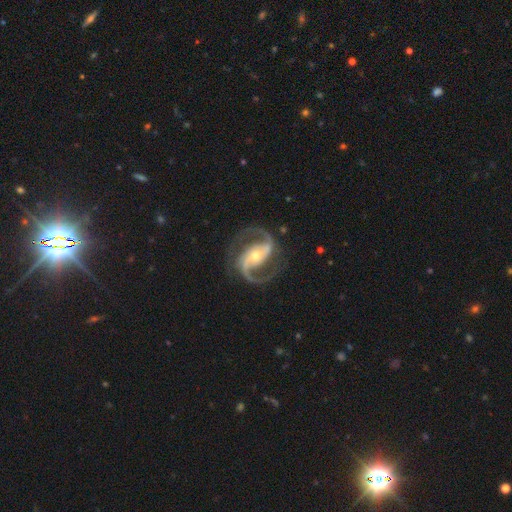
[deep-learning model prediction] smooth-or-featured: featured or disk: 93% | star or artifact: 4% | smooth: 3%
  disk-edge-on: no: 98% | yes: 2%
    bar: strong: 40% | weak: 32% | no: 28%
    has-spiral-arms: yes: 98% | no: 2%
      spiral-winding: medium: 63% | loose: 21% | tight: 16%
      spiral-arm-count: 2: 94% | 3: 2% | can't tell: 1% | 1: 1% | 4: 1% | more than 4: 1%
    bulge-size: moderate: 57% | small: 37% | large: 4% | none: 1% | dominant: 1%
  merging: none: 82% | minor disturbance: 11% | major disturbance: 5% | merger: 1%